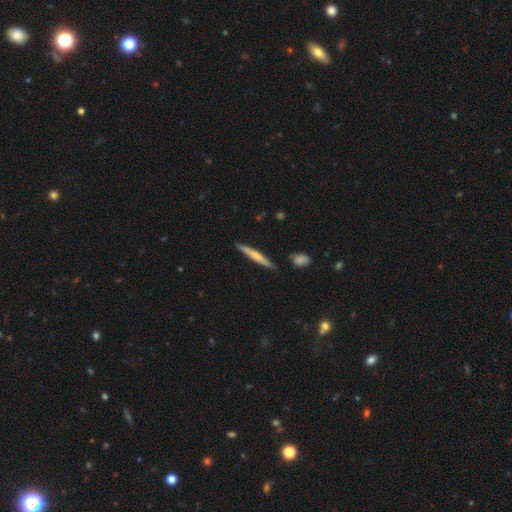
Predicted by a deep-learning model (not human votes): smooth_or_featured: smooth (p=0.55) [alt: featured or disk p=0.40]
how_rounded: cigar-shaped (p=0.94) [alt: in between p=0.04]
merging: none (p=0.85) [alt: minor disturbance p=0.10]